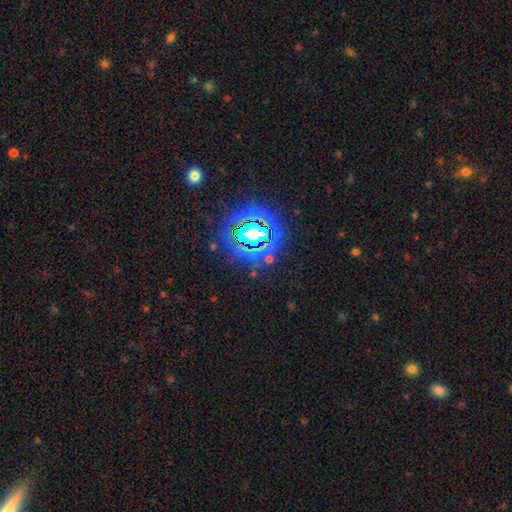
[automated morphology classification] A star or artifact, not a galaxy (82%).

Vote fractions:
- Smooth or featured? star or artifact: 82% / smooth: 10% / featured or disk: 7%